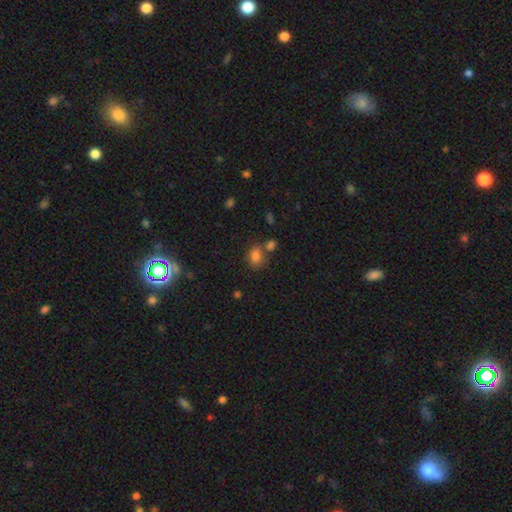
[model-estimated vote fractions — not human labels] smooth-or-featured: smooth: 79% | star or artifact: 13% | featured or disk: 8%
  how-rounded: in between: 68% | round: 31% | cigar-shaped: 2%
  merging: none: 58% | merger: 21% | minor disturbance: 15% | major disturbance: 6%